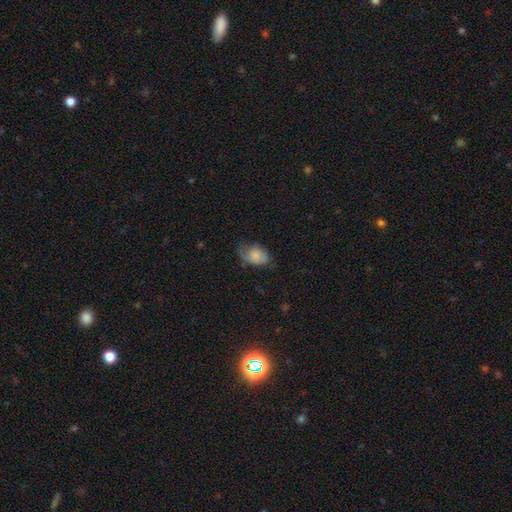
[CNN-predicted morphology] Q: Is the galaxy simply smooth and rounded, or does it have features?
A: smooth — 73%.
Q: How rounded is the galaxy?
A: in between — 84%.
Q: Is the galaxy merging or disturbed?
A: none — 43%.